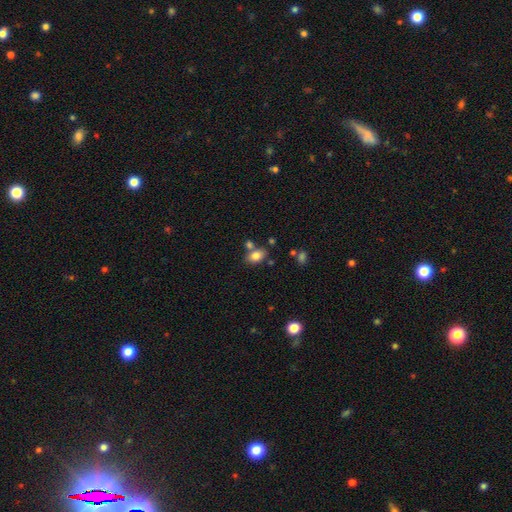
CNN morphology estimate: Overall: smooth (81%). How rounded: in between (85%). Merging: none (64%).